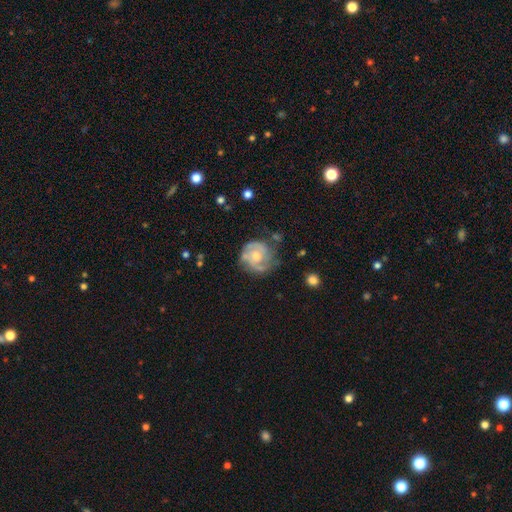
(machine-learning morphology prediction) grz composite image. It shows a featured or disk galaxy (74%) with no bar (72%), 2 (56%) tight (47%) spiral arms (87%) and a moderate central bulge (61%). Merging: none (64%).